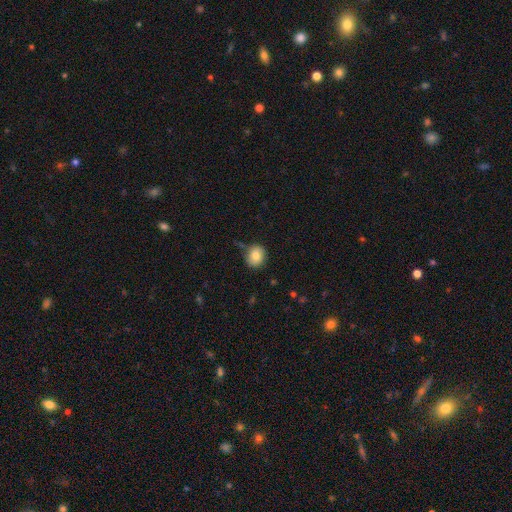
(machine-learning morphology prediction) Smooth or featured?
  - smooth: 81% *
  - featured or disk: 10%
  - star or artifact: 9%
How rounded?
  - round: 74% *
  - in between: 25%
  - cigar-shaped: 1%
Merging?
  - none: 76% *
  - minor disturbance: 17%
  - major disturbance: 4%
  - merger: 3%